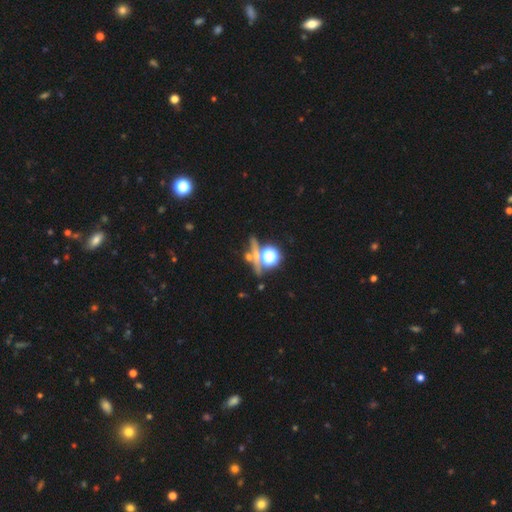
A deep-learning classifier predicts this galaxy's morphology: Q: Smooth or featured?
A: star or artifact (62%); runner-up: smooth (23%)